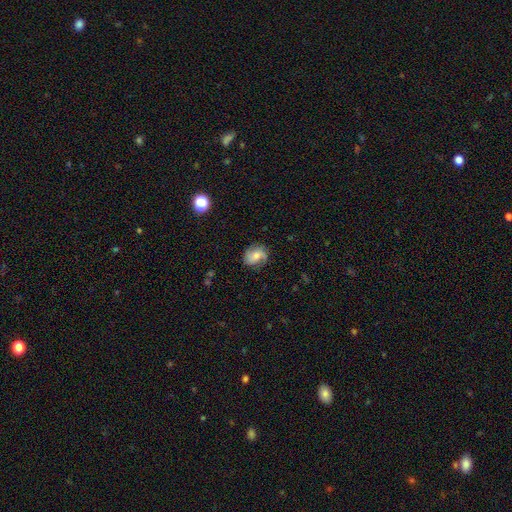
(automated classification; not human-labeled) featured or disk 50%, smooth 41%, star or artifact 9%. Down the decision tree: edge-on disk — no (97%); merging — none (72%).